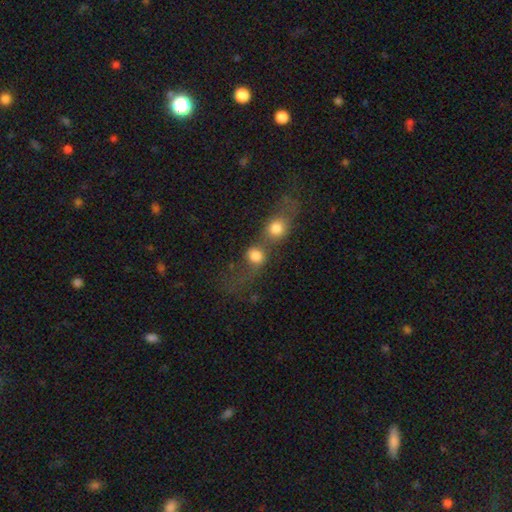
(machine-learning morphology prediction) Smooth or featured?
  - smooth: 76% *
  - featured or disk: 12%
  - star or artifact: 12%
How rounded?
  - round: 76% *
  - in between: 22%
  - cigar-shaped: 2%
Merging?
  - merger: 64% *
  - none: 22%
  - major disturbance: 7%
  - minor disturbance: 6%